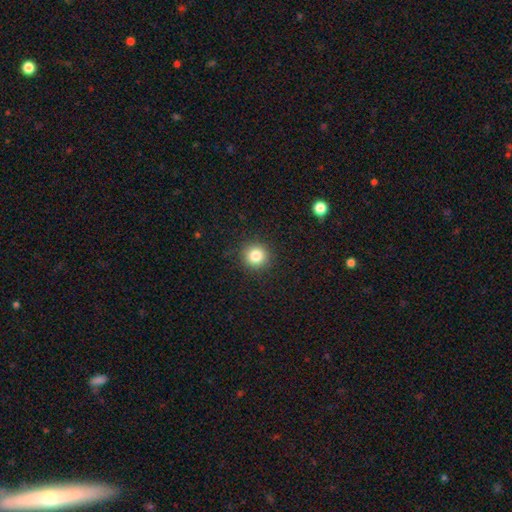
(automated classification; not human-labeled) A smooth galaxy with no disk features (83%) that is round (93%).

Vote fractions:
- Smooth or featured? smooth: 83% / star or artifact: 11% / featured or disk: 6%
- How rounded? round: 93% / in between: 6% / cigar-shaped: 1%
- Merging? none: 91% / minor disturbance: 6% / major disturbance: 2% / merger: 1%